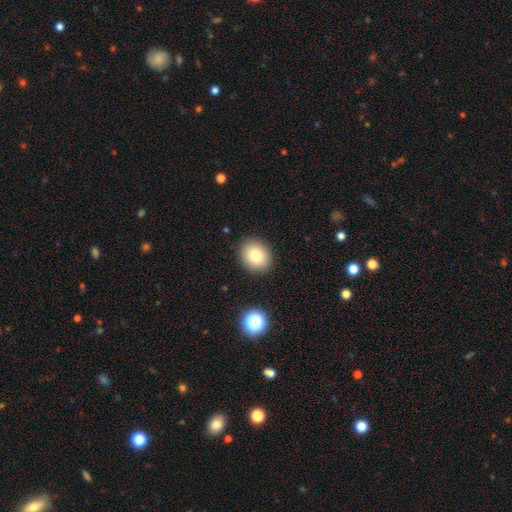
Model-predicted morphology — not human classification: Smooth or featured: smooth — 82% (star or artifact — 10%)
How rounded: round — 63% (in between — 36%)
Merging: none — 89% (minor disturbance — 8%)